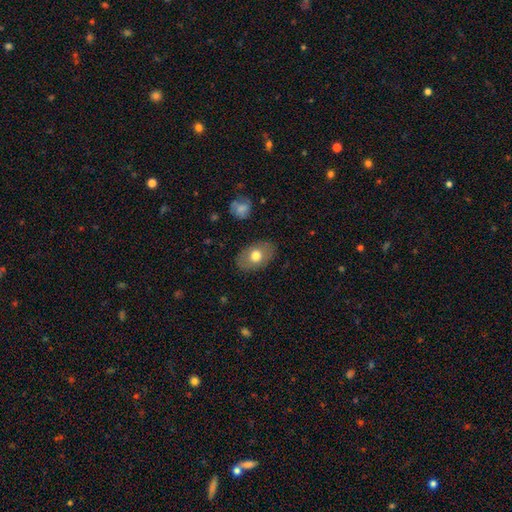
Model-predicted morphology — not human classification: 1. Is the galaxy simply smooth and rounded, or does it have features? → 70% smooth, 23% featured or disk, 7% star or artifact.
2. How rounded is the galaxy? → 84% in between, 15% round, 1% cigar-shaped.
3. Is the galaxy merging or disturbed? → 85% none, 11% minor disturbance, 3% major disturbance, 1% merger.